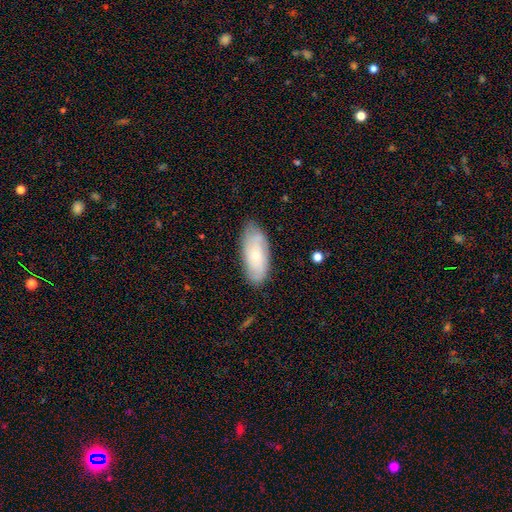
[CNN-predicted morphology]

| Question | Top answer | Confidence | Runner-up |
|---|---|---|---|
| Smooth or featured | smooth | 55% | featured or disk (39%) |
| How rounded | in between | 87% | cigar-shaped (11%) |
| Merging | none | 77% | minor disturbance (18%) |